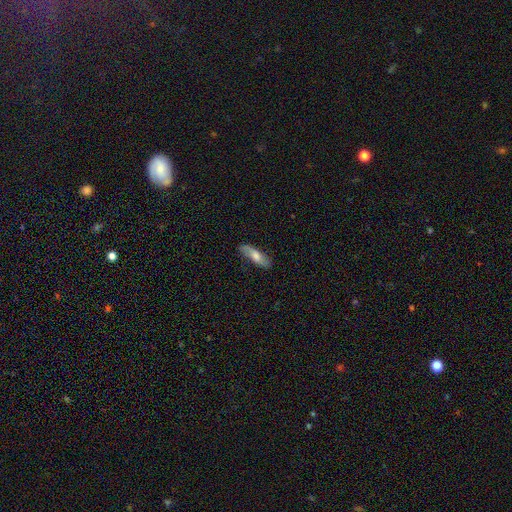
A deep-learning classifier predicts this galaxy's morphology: A smooth galaxy with no disk features (59%) that is cigar-shaped (56%). Merging: none (82%).